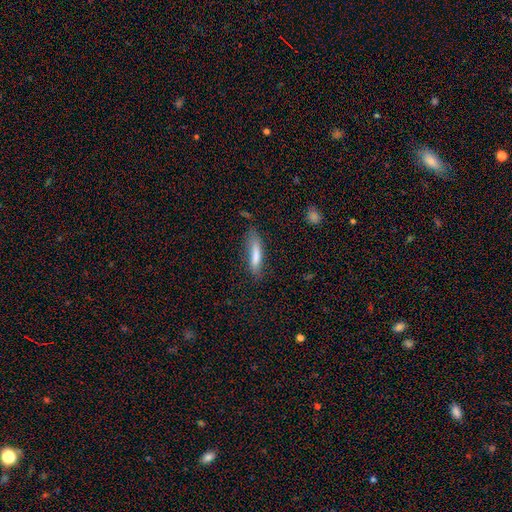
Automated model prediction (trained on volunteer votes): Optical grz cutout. It shows a smooth galaxy with no disk features (77%) that is cigar-shaped (78%). Merging: none (68%).